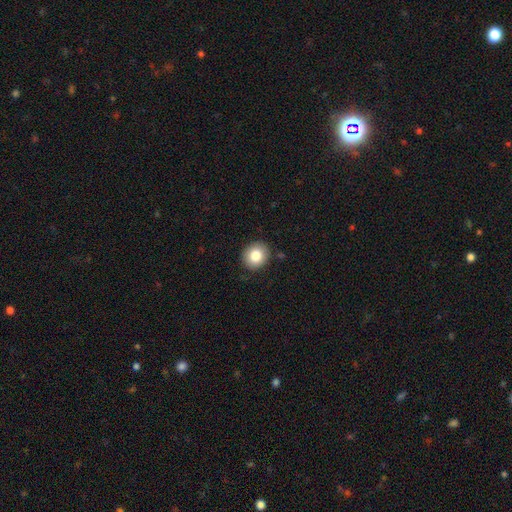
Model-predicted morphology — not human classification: smooth_or_featured: smooth (p=0.82) [alt: star or artifact p=0.09]
how_rounded: round (p=0.77) [alt: in between p=0.22]
merging: none (p=0.88) [alt: minor disturbance p=0.09]